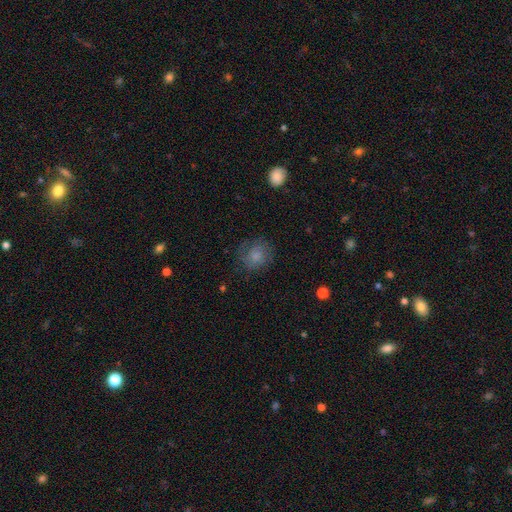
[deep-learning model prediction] Smooth or featured? Predicted: smooth (p=0.68). How rounded? Predicted: round (p=0.80). Merging? Predicted: none (p=0.68).